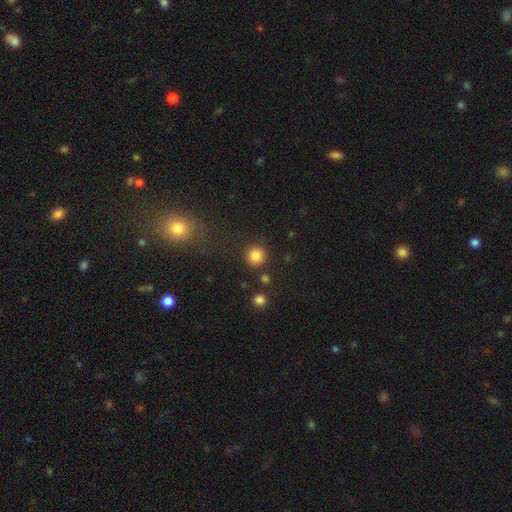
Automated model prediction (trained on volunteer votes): smooth 84%, star or artifact 12%, featured or disk 4%. Down the decision tree: how rounded — round (93%); merging — none (87%).